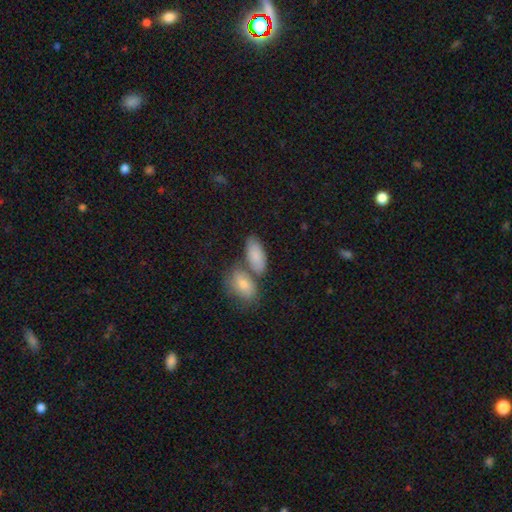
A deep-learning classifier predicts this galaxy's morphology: Smooth or featured? Predicted: smooth (p=0.83). How rounded? Predicted: in between (p=0.92). Merging? Predicted: none (p=0.49).